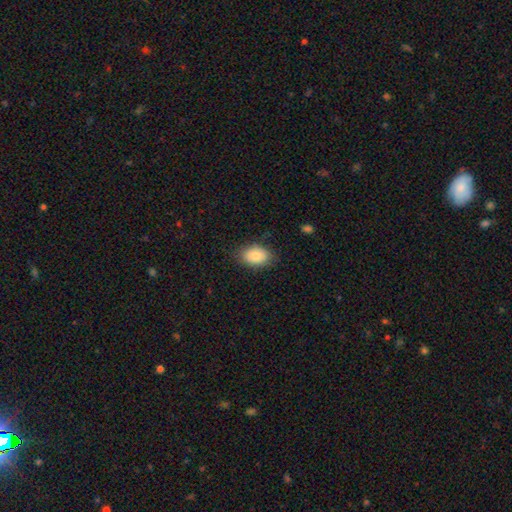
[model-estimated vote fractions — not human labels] smooth 86%, star or artifact 7%, featured or disk 7%. Down the decision tree: how rounded — in between (86%); merging — none (82%).